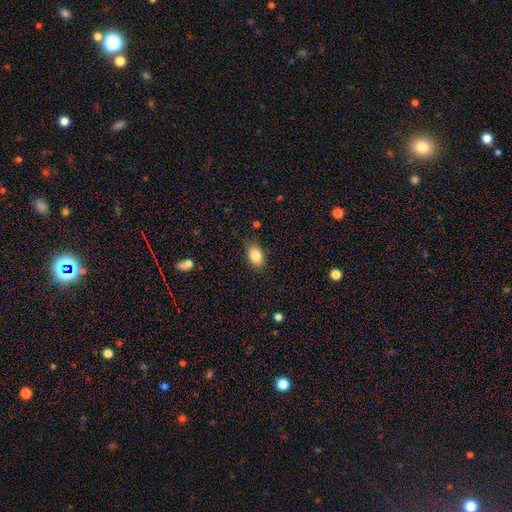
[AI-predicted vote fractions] Q: Smooth or featured?
A: smooth (84%); runner-up: star or artifact (8%)
Q: How rounded?
A: in between (85%); runner-up: round (13%)
Q: Merging?
A: none (80%); runner-up: minor disturbance (16%)